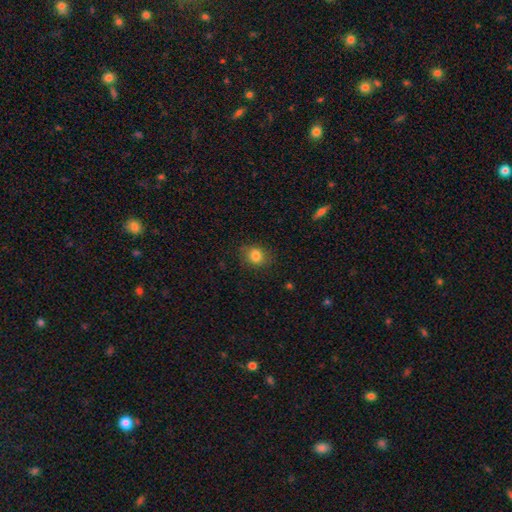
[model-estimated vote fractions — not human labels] Morphology: type=smooth (83%); roundness=round (63%); merging=none (83%).